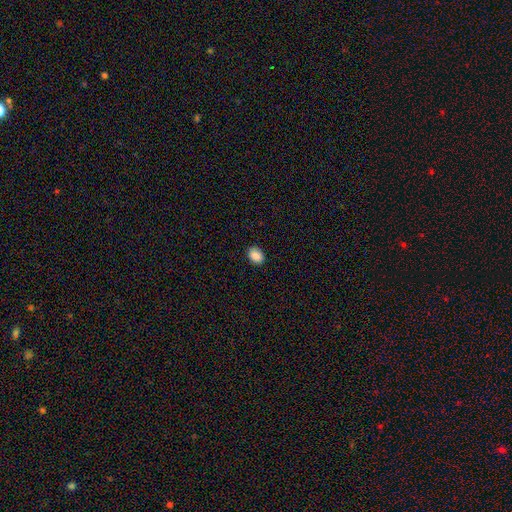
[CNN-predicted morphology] This is clearly a smooth galaxy (89%). How rounded: likely in between (70%). Merging: clearly none (89%).